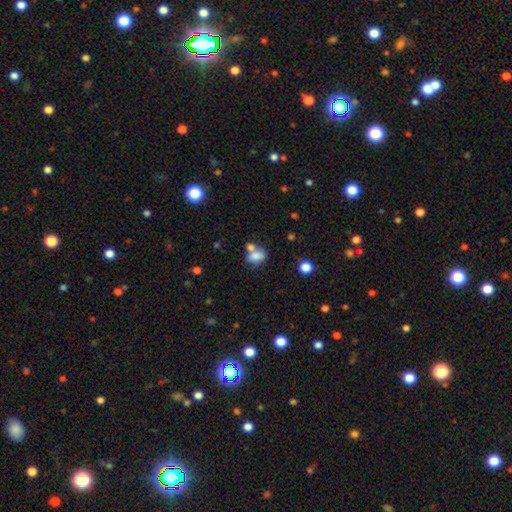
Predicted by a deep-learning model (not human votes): The model was most divided on "merging": merger: 43%, none: 39%, minor disturbance: 13%, major disturbance: 5%. More confident: smooth or featured — smooth (78%); how rounded — in between (77%).